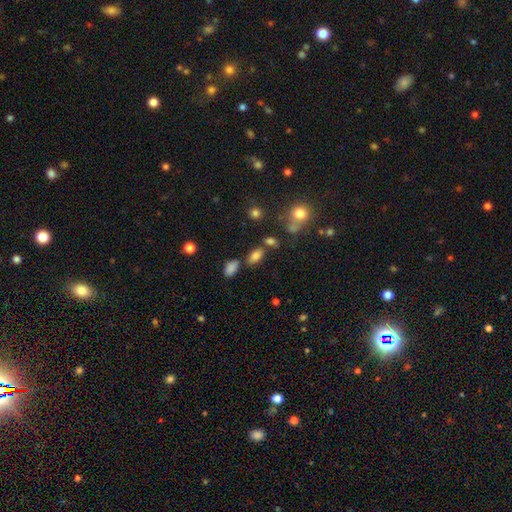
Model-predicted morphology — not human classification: smooth-or-featured: smooth: 77% | star or artifact: 12% | featured or disk: 11%
  how-rounded: in between: 89% | round: 6% | cigar-shaped: 5%
  merging: none: 66% | minor disturbance: 14% | merger: 14% | major disturbance: 5%